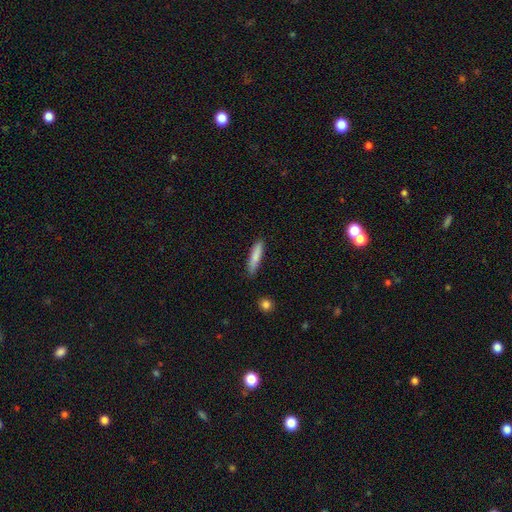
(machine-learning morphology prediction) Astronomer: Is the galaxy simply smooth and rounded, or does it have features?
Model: smooth — 81%.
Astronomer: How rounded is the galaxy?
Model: cigar-shaped — 87%.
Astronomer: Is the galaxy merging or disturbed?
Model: none — 84%.